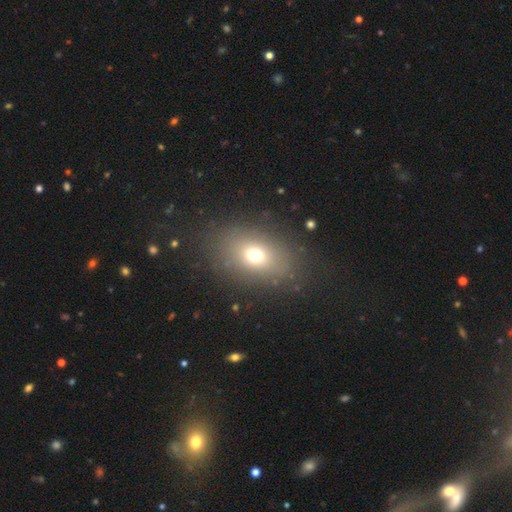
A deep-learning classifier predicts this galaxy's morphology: Smooth or featured: smooth — 68% (featured or disk — 16%)
How rounded: in between — 73% (round — 25%)
Merging: none — 83% (minor disturbance — 10%)